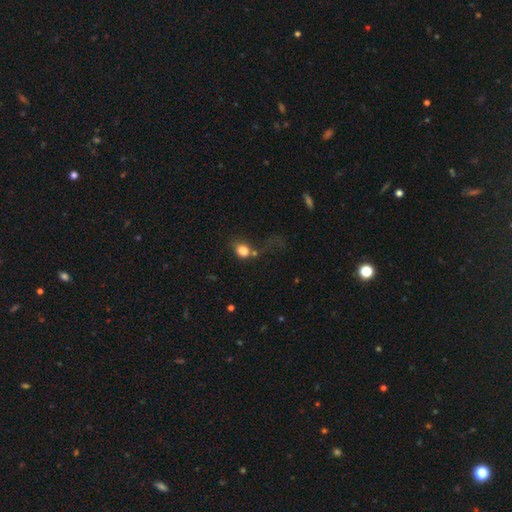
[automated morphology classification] This is marginally a smooth galaxy (43%). Merging: marginally none (43%).